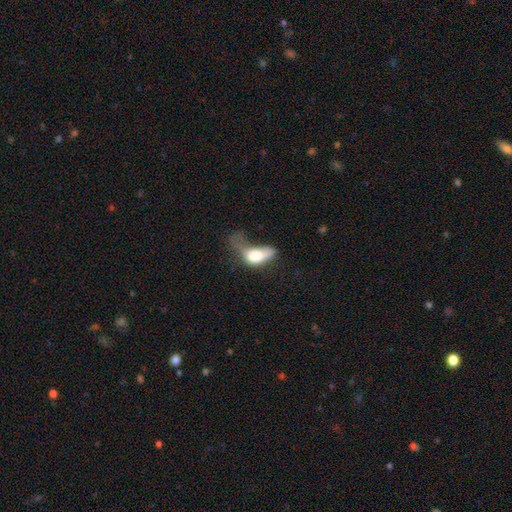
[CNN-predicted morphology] type=smooth (67%); roundness=in between (82%); merging=major disturbance (61%).